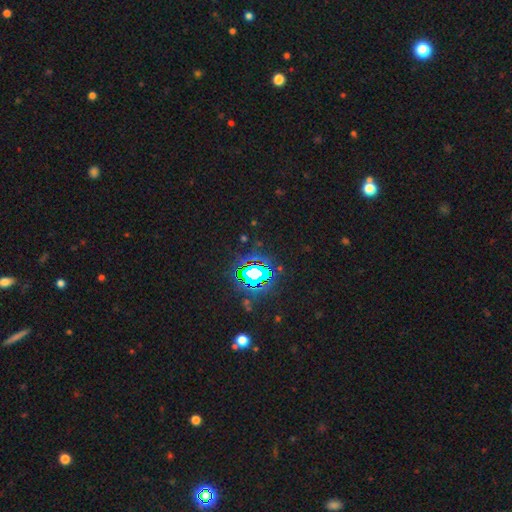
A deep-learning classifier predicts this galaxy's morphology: Overall: star or artifact (84%).